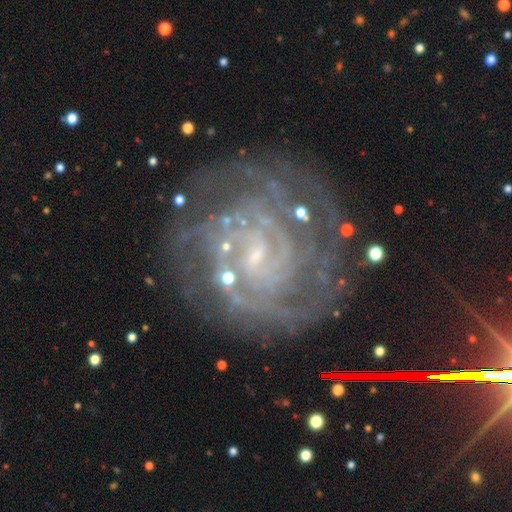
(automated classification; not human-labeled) This is clearly a featured or disk galaxy (84%). It is clearly not viewed edge-on (98%). Bar: marginally no (43%). Spiral arm pattern: clearly yes (95%). Spiral arm count: marginally can't tell (32%). Spiral winding: likely tight (72%). Central bulge: likely small (66%). Merging: likely none (72%).